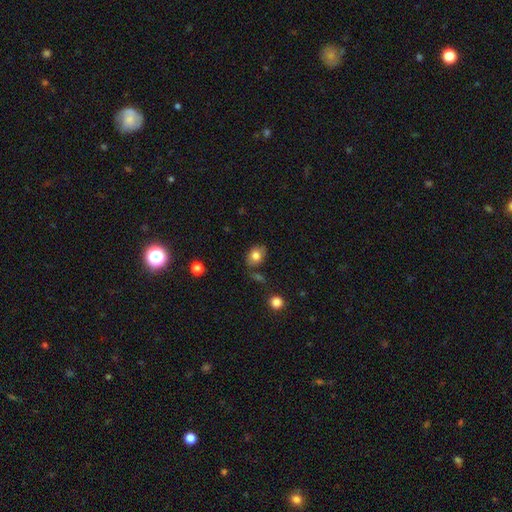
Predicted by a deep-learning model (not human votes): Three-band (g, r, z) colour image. It shows a smooth galaxy with no disk features (79%) that is in between round and cigar-shaped (66%). Merging: none (72%).